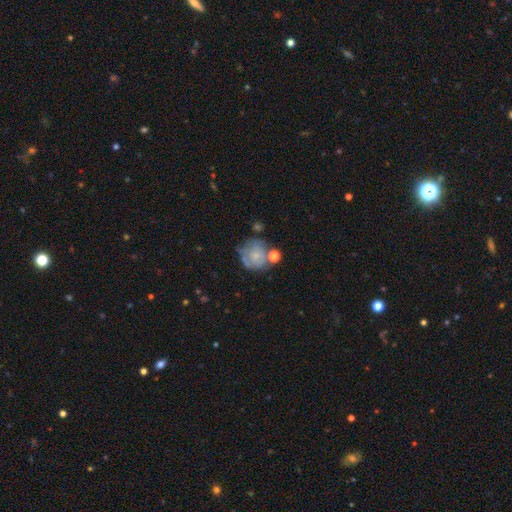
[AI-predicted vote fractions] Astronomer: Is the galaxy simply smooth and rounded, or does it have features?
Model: smooth — 50% (runner-up: featured or disk, 41%).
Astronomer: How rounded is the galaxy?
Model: round — 84%.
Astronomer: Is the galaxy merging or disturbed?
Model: none — 48%.